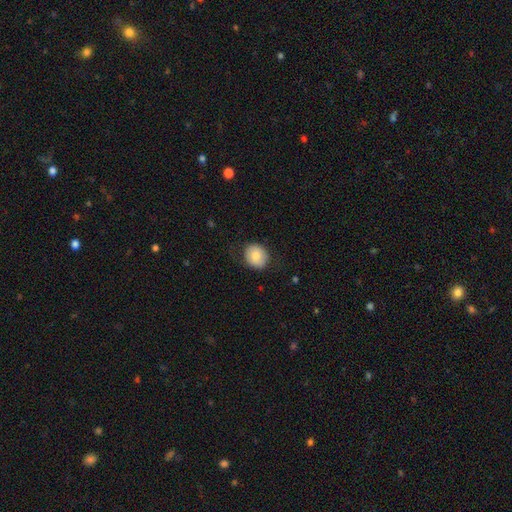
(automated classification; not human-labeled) smooth 76%, featured or disk 16%, star or artifact 8%. Down the decision tree: how rounded — round (66%); merging — none (79%).